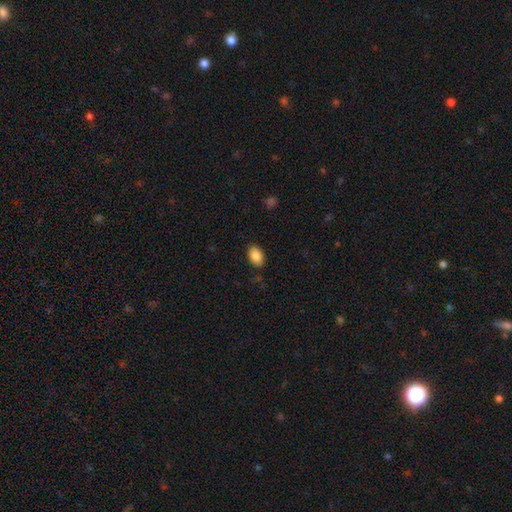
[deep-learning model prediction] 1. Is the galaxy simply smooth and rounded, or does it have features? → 87% smooth, 7% star or artifact, 5% featured or disk.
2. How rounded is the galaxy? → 91% in between, 8% round, 1% cigar-shaped.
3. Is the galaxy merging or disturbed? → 85% none, 11% minor disturbance, 3% major disturbance, 1% merger.